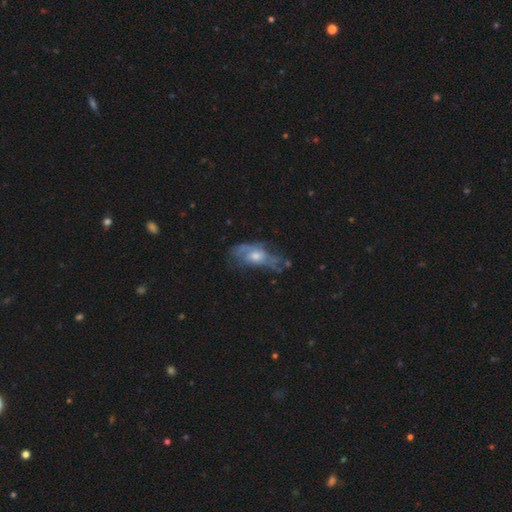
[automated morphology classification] This is likely a featured or disk galaxy (67%). It is clearly not viewed edge-on (87%). Bar: likely no (73%). Spiral arm pattern: likely yes (68%). Central bulge: possibly moderate (55%). Merging: possibly none (52%).